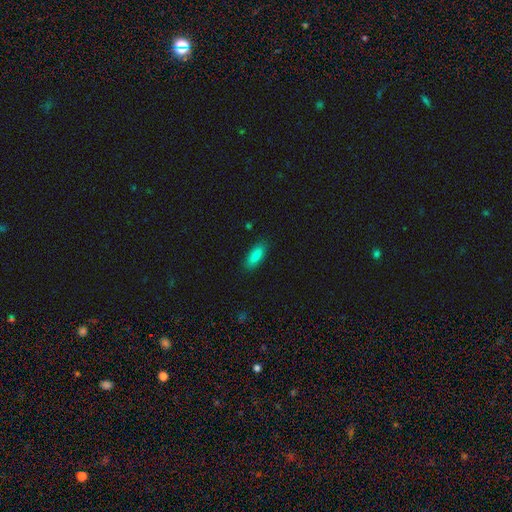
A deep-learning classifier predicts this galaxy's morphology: This is clearly a smooth galaxy (81%). How rounded: likely in between (74%). Merging: clearly none (87%).